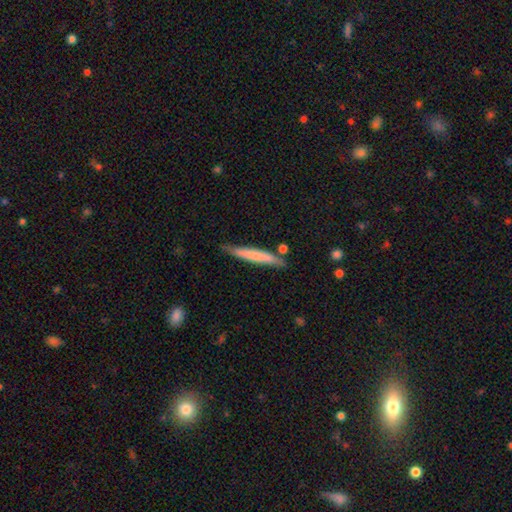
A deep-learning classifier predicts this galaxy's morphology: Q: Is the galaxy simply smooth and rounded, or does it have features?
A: smooth — 63%.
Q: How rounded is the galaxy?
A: cigar-shaped — 95%.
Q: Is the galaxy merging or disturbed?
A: none — 76%.